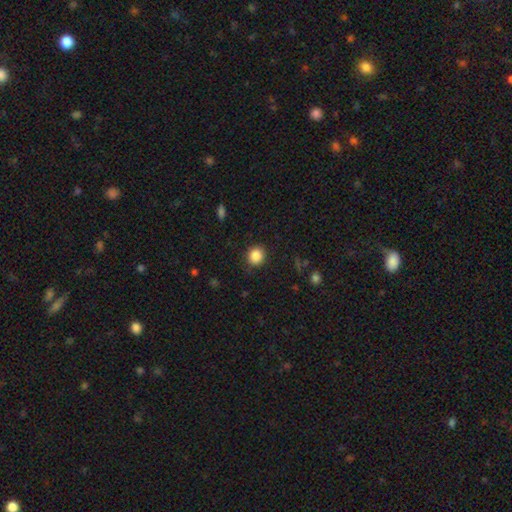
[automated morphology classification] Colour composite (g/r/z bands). It shows a smooth galaxy with no disk features (86%) that is round (87%). Merging: none (89%).